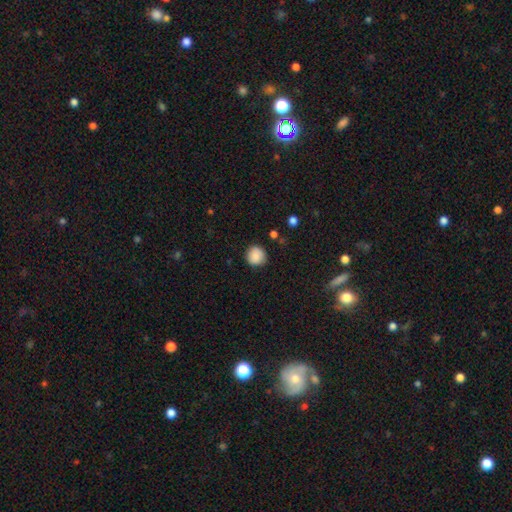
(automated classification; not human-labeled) Smooth or featured: smooth — 87% (star or artifact — 9%)
How rounded: round — 93% (in between — 6%)
Merging: none — 85% (minor disturbance — 11%)